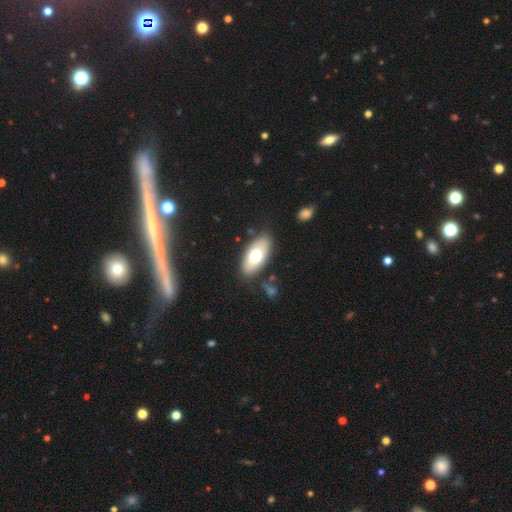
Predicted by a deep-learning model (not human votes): Smooth or featured: smooth — 68% (featured or disk — 25%)
How rounded: in between — 90% (cigar-shaped — 7%)
Merging: none — 83% (minor disturbance — 11%)